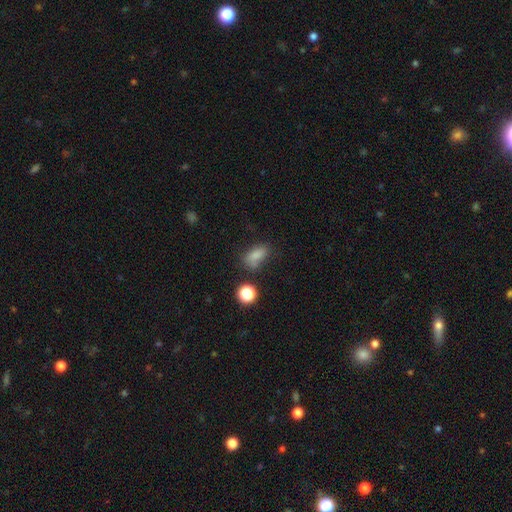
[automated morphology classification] smooth_or_featured: smooth (p=0.79) [alt: star or artifact p=0.13]
how_rounded: in between (p=0.81) [alt: round p=0.12]
merging: none (p=0.58) [alt: minor disturbance p=0.24]